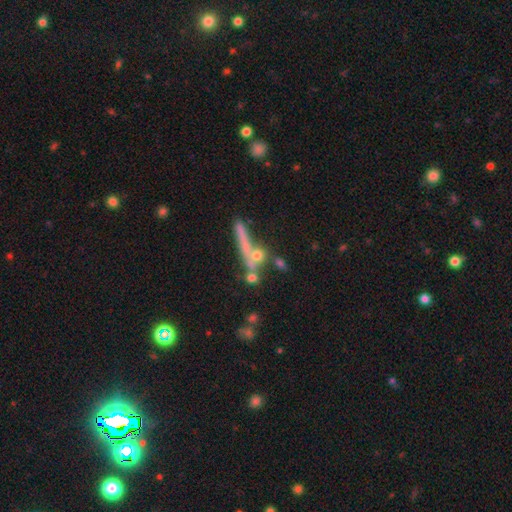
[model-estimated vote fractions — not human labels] A smooth galaxy with no disk features (55%) that is cigar-shaped (46%).

Vote fractions:
- Smooth or featured? smooth: 55% / featured or disk: 30% / star or artifact: 15%
- How rounded? cigar-shaped: 46% / round: 36% / in between: 18%
- Merging? none: 46% / merger: 30% / minor disturbance: 13% / major disturbance: 11%